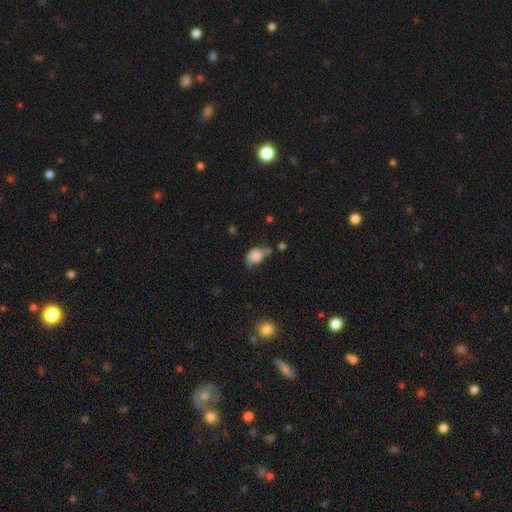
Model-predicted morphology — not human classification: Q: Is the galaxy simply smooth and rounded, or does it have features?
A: smooth — 72%.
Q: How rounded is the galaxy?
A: in between — 64%.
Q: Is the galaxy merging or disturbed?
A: minor disturbance — 33%.